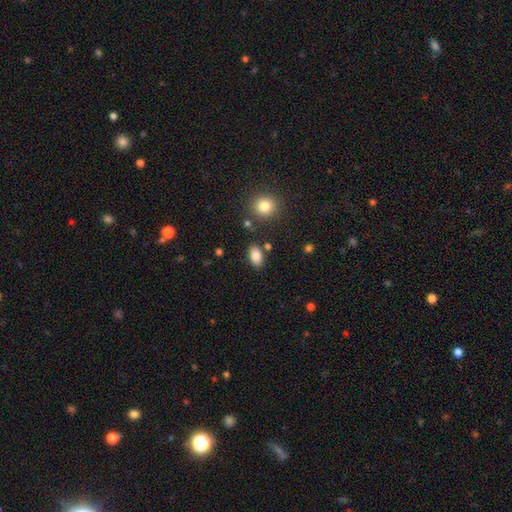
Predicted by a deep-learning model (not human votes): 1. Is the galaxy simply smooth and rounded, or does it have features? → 84% smooth, 9% star or artifact, 7% featured or disk.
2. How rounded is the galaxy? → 89% in between, 9% round, 2% cigar-shaped.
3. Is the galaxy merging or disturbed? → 82% none, 11% minor disturbance, 5% merger, 3% major disturbance.